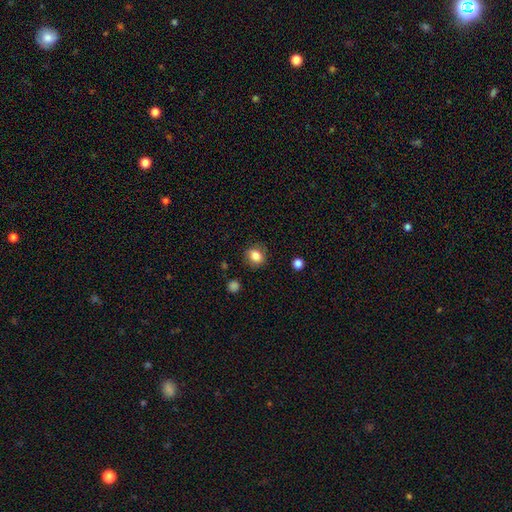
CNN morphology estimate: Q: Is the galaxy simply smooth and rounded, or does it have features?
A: smooth — 83%.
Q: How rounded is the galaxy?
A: round — 65%.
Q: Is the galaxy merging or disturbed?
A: none — 84%.